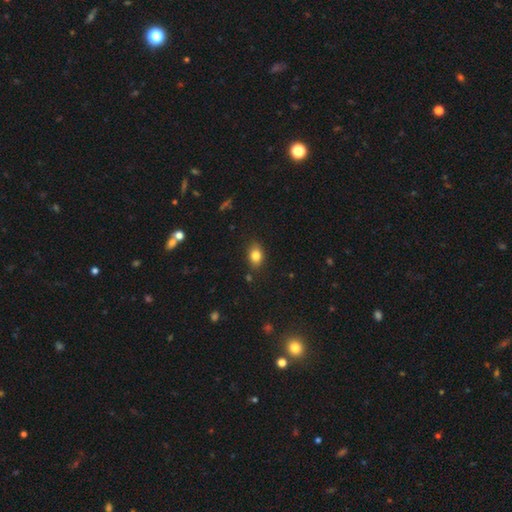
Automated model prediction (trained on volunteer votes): Morphology: type=smooth (82%); roundness=in between (75%); merging=none (82%).